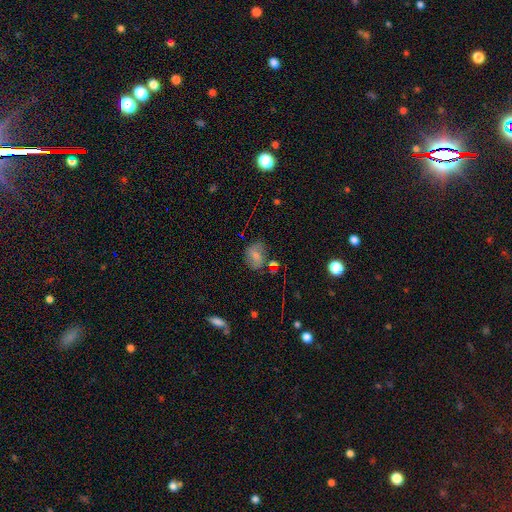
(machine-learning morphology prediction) smooth-or-featured: smooth: 62% | featured or disk: 26% | star or artifact: 12%
  how-rounded: in between: 61% | round: 37% | cigar-shaped: 2%
  merging: none: 60% | minor disturbance: 23% | major disturbance: 9% | merger: 8%